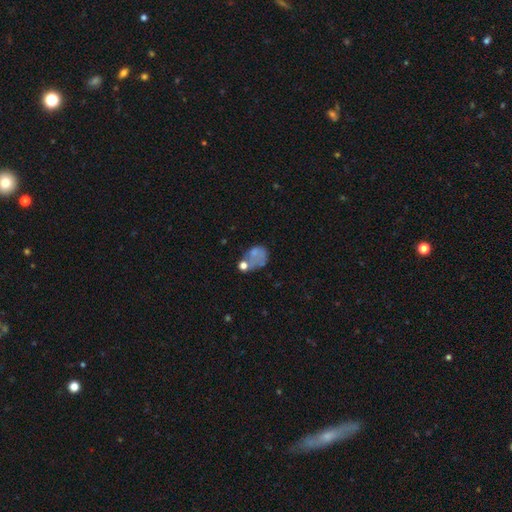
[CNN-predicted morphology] This is possibly a smooth galaxy (55%). How rounded: likely in between (64%). Merging: marginally major disturbance (30%).